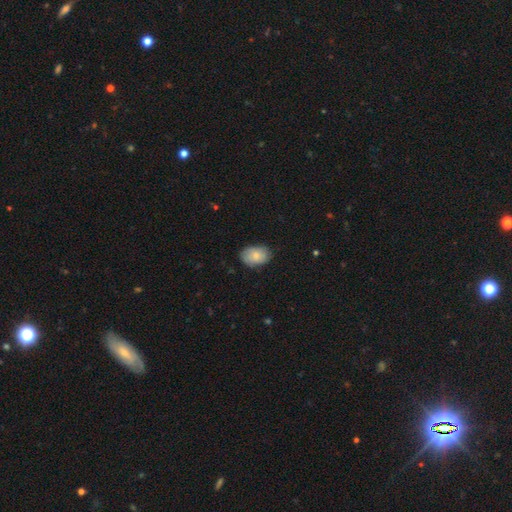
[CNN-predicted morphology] This is clearly a smooth galaxy (81%). How rounded: clearly in between (85%). Merging: likely none (78%).